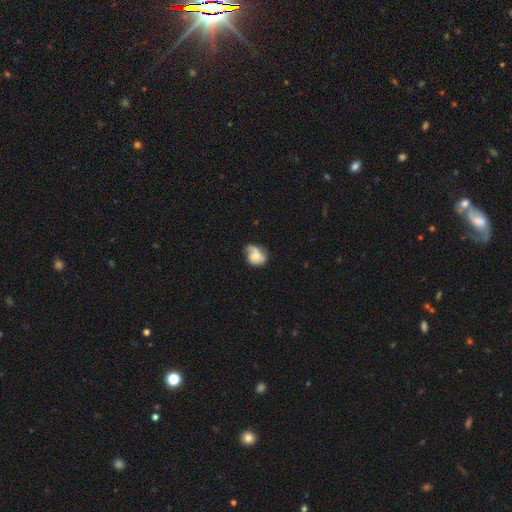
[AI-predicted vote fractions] A featured or disk galaxy (46%, tied with smooth). Merging: none (40%).